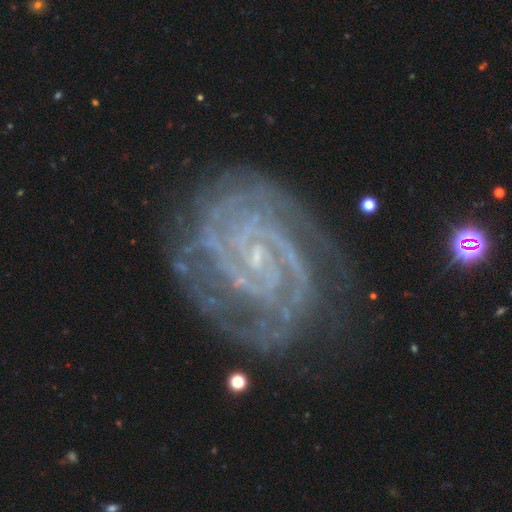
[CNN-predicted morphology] A featured or disk galaxy (92%) with no bar (48%), 2 (46%) tight (79%) spiral arms (99%) and a small central bulge (83%).

Vote fractions:
- Smooth or featured? featured or disk: 92% / star or artifact: 5% / smooth: 3%
- Edge-on disk? no: 98% / yes: 2%
- Bar? no: 48% / weak: 34% / strong: 18%
- Spiral arms? yes: 99% / no: 1%
- Spiral winding? tight: 79% / medium: 19% / loose: 2%
- Spiral arm count? 2: 46% / 3: 18% / can't tell: 12% / 4: 11% / more than 4: 7% / 1: 7%
- Bulge size? small: 83% / moderate: 8% / none: 7% / large: 1% / dominant: 1%
- Merging? none: 75% / minor disturbance: 16% / major disturbance: 7% / merger: 2%